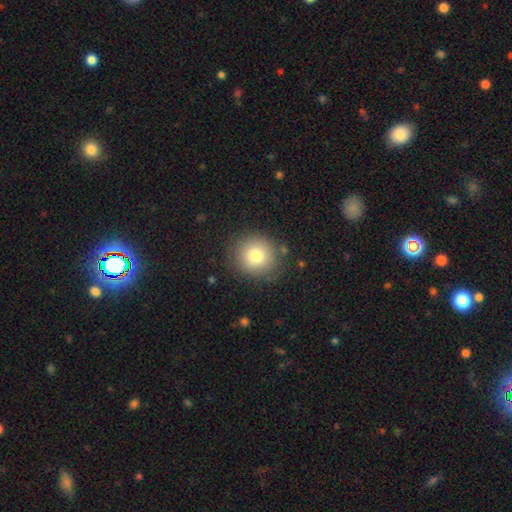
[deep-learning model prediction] The model was most divided on "smooth or featured": smooth: 81%, star or artifact: 10%, featured or disk: 9%. More confident: how rounded — round (90%); merging — none (85%).